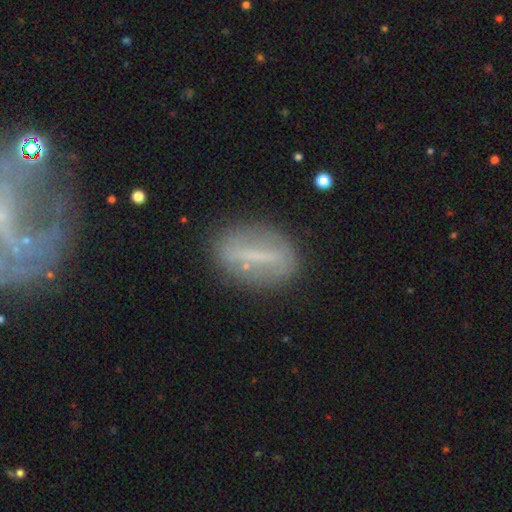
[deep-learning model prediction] This is possibly a featured or disk galaxy (56%). It is likely not viewed edge-on (73%). Merging: clearly none (81%).